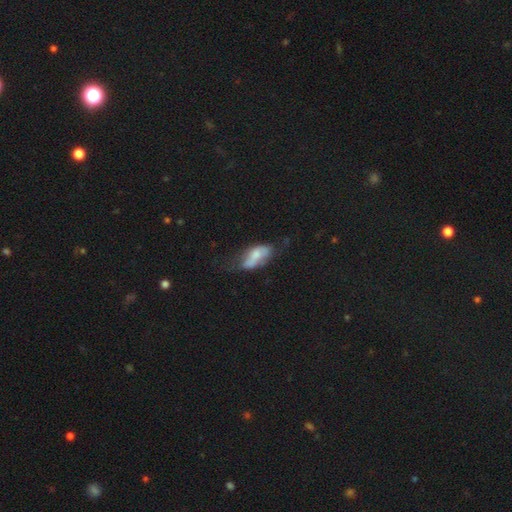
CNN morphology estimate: A smooth galaxy with no disk features (54%) that is in between round and cigar-shaped (84%).

Vote fractions:
- Smooth or featured? smooth: 54% / featured or disk: 38% / star or artifact: 8%
- How rounded? in between: 84% / cigar-shaped: 13% / round: 3%
- Merging? none: 34% / minor disturbance: 32% / major disturbance: 25% / merger: 9%